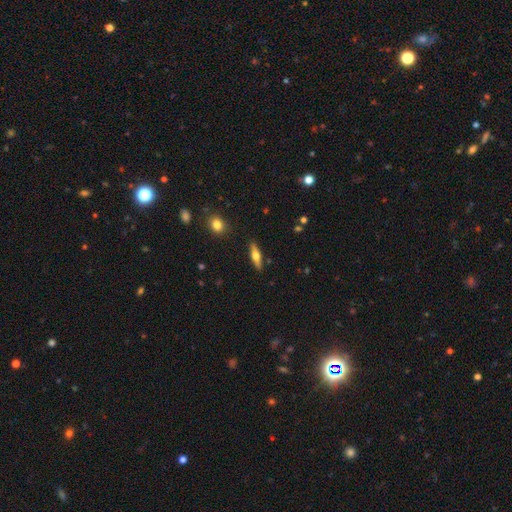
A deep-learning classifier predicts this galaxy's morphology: Smooth or featured: featured or disk — 50% (smooth — 44%)
Merging: none — 88% (minor disturbance — 8%)